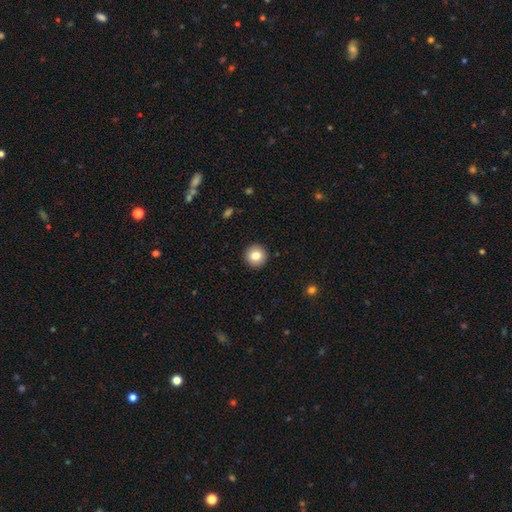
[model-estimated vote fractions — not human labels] smooth_or_featured: smooth (p=0.82) [alt: star or artifact p=0.09]
how_rounded: round (p=0.95) [alt: in between p=0.04]
merging: none (p=0.93) [alt: minor disturbance p=0.05]